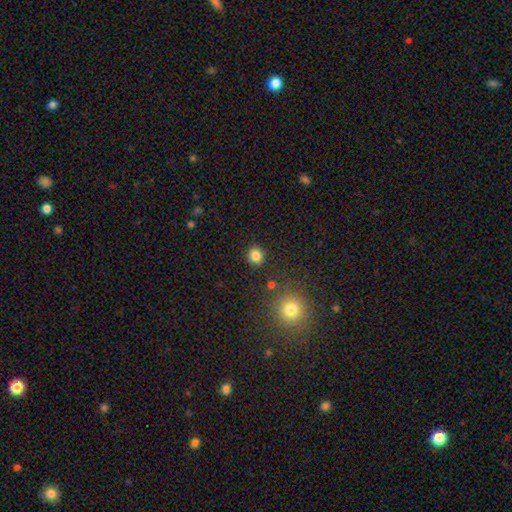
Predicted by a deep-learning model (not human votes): This appears to be a smooth galaxy with no disk features (83%) that is round (87%). Merging: none (88%).